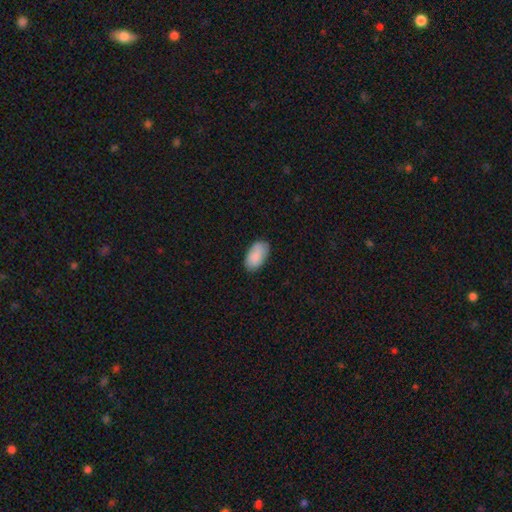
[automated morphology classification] A smooth galaxy with no disk features (87%) that is in between round and cigar-shaped (95%).

Vote fractions:
- Smooth or featured? smooth: 87% / star or artifact: 6% / featured or disk: 6%
- How rounded? in between: 95% / round: 3% / cigar-shaped: 2%
- Merging? none: 78% / minor disturbance: 17% / major disturbance: 3% / merger: 1%